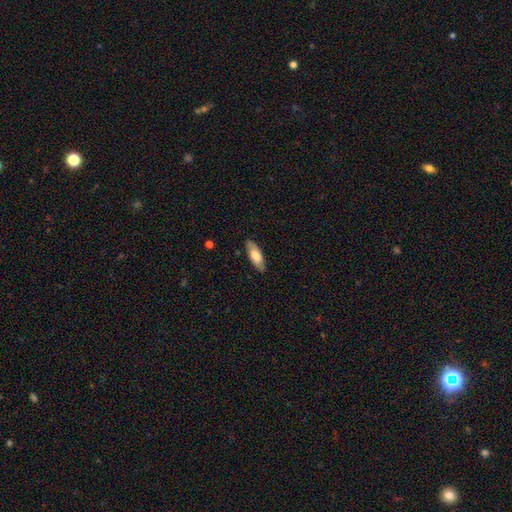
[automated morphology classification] This is likely a smooth galaxy (70%). How rounded: likely in between (67%). Merging: clearly none (84%).